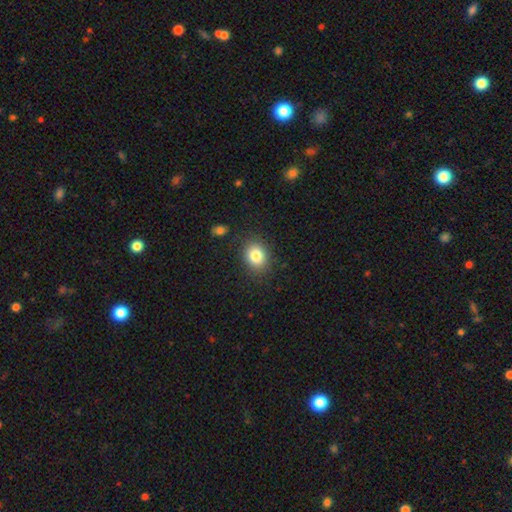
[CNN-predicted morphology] smooth 82%, star or artifact 10%, featured or disk 8%. Down the decision tree: how rounded — round (54%); merging — none (85%).